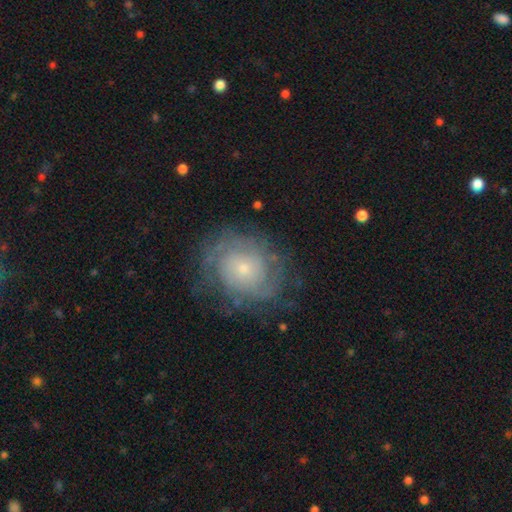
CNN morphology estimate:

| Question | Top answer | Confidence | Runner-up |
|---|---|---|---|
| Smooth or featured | featured or disk | 70% | smooth (21%) |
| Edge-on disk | no | 97% | yes (3%) |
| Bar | no | 83% | weak (15%) |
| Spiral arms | yes | 87% | no (13%) |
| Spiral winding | tight | 69% | medium (23%) |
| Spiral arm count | can't tell | 52% | 2 (18%) |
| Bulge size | small | 72% | moderate (21%) |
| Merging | none | 74% | minor disturbance (16%) |